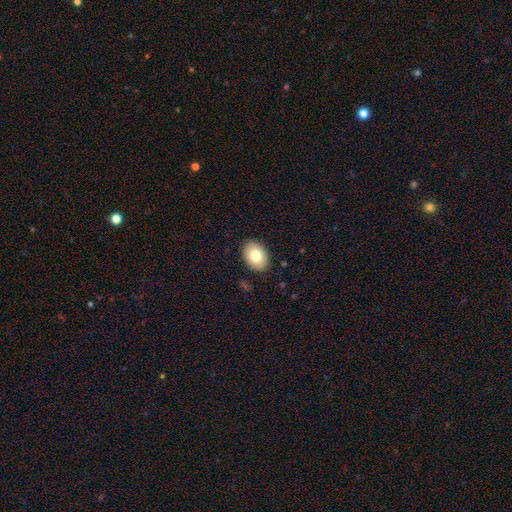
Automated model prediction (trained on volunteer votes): Smooth or featured? smooth (78%)
How rounded? in between (76%)
Merging? none (88%)